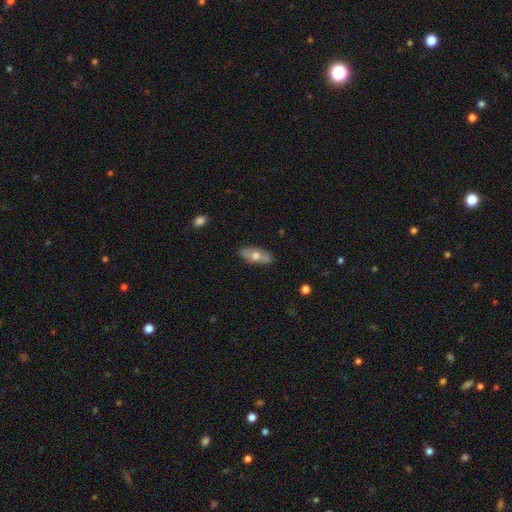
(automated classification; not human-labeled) smooth_or_featured: smooth (p=0.56) [alt: featured or disk p=0.38]
how_rounded: in between (p=0.83) [alt: cigar-shaped p=0.13]
merging: none (p=0.81) [alt: minor disturbance p=0.14]